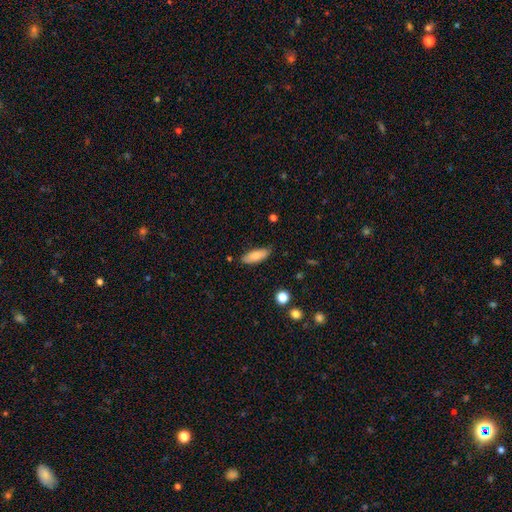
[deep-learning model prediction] Overall: smooth (81%). How rounded: in between (74%). Merging: none (82%).